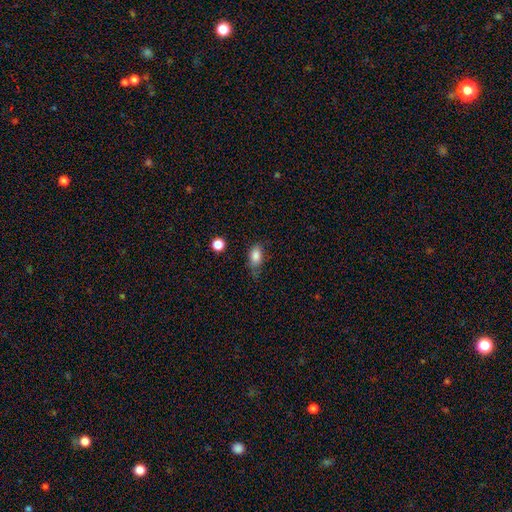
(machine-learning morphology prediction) smooth 83%, star or artifact 9%, featured or disk 8%. Down the decision tree: how rounded — in between (83%); merging — none (53%).